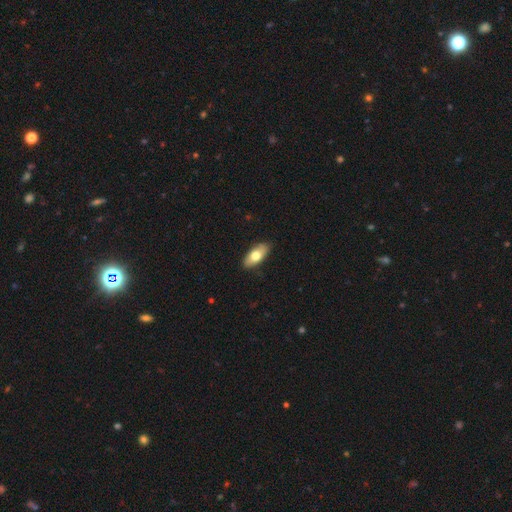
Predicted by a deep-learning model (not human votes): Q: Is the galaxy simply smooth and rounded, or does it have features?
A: smooth — 71%.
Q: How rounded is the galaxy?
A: in between — 85%.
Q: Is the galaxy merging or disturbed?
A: none — 87%.